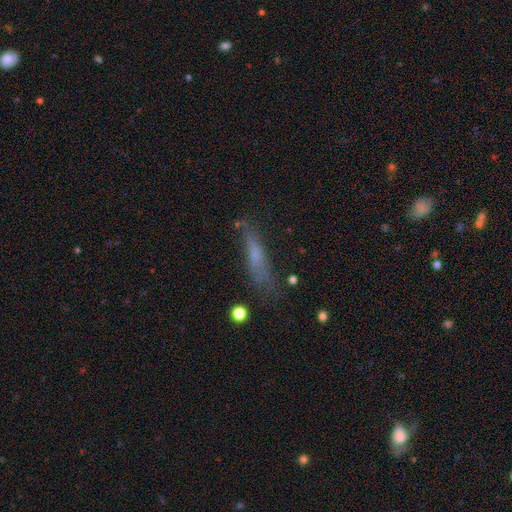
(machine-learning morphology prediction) A smooth galaxy with no disk features (57%) that is cigar-shaped (82%).

Vote fractions:
- Smooth or featured? smooth: 57% / featured or disk: 32% / star or artifact: 12%
- How rounded? cigar-shaped: 82% / in between: 16% / round: 2%
- Merging? none: 65% / minor disturbance: 22% / major disturbance: 9% / merger: 4%